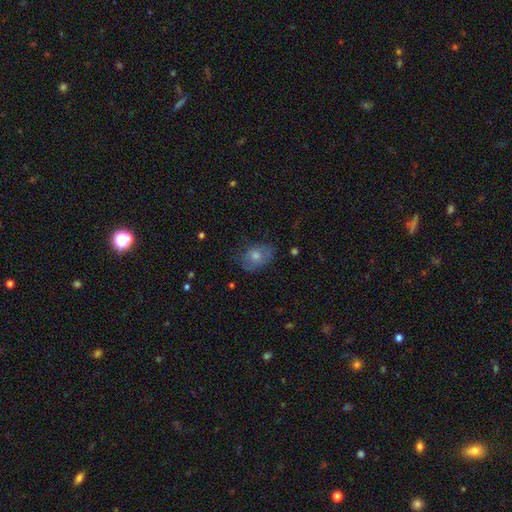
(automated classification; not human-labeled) Smooth or featured?
  - smooth: 57% *
  - featured or disk: 29%
  - star or artifact: 14%
How rounded?
  - in between: 67% *
  - round: 32%
  - cigar-shaped: 1%
Merging?
  - none: 67% *
  - minor disturbance: 23%
  - major disturbance: 8%
  - merger: 2%